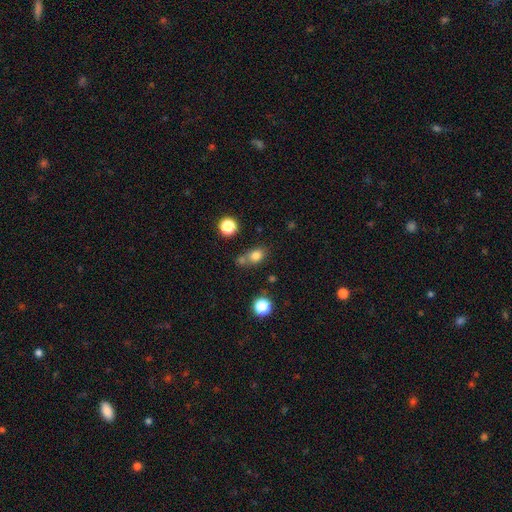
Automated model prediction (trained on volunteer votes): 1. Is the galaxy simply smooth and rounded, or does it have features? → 79% smooth, 13% star or artifact, 8% featured or disk.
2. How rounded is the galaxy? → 57% in between, 42% round, 2% cigar-shaped.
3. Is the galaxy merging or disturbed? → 53% none, 26% merger, 16% minor disturbance, 6% major disturbance.